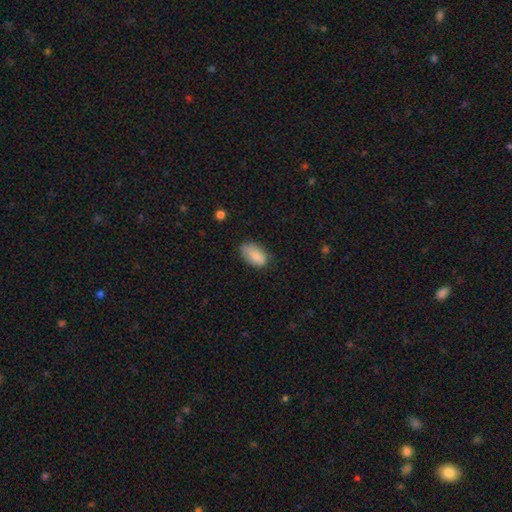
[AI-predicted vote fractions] The model was most divided on "merging": none: 64%, minor disturbance: 29%, major disturbance: 6%, merger: 2%. More confident: how rounded — in between (93%); smooth or featured — smooth (86%).